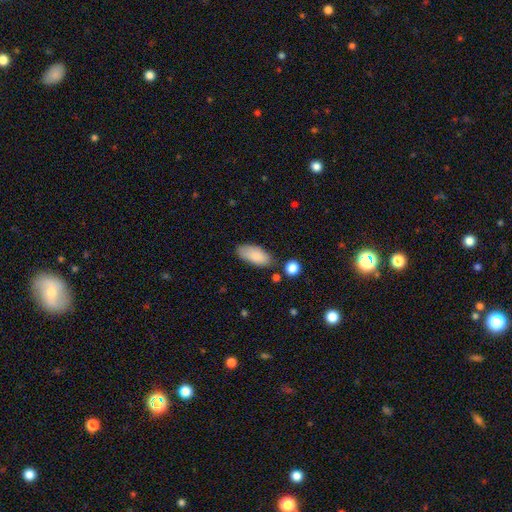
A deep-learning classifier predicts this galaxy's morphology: A smooth galaxy with no disk features (87%) that is in between round and cigar-shaped (88%). Merging: none (74%).